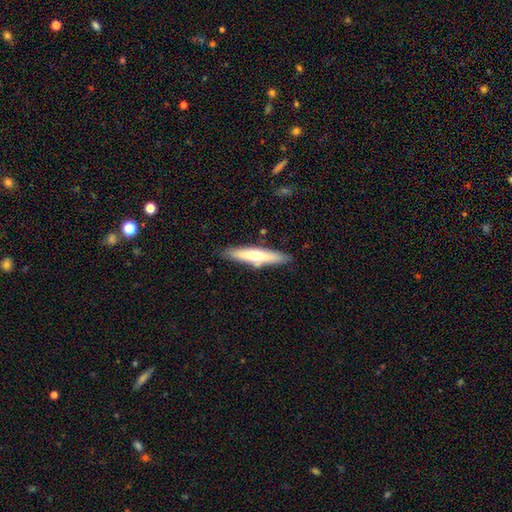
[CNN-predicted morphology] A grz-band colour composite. It shows a smooth galaxy with no disk features (58%) that is cigar-shaped (85%). Merging: none (83%).